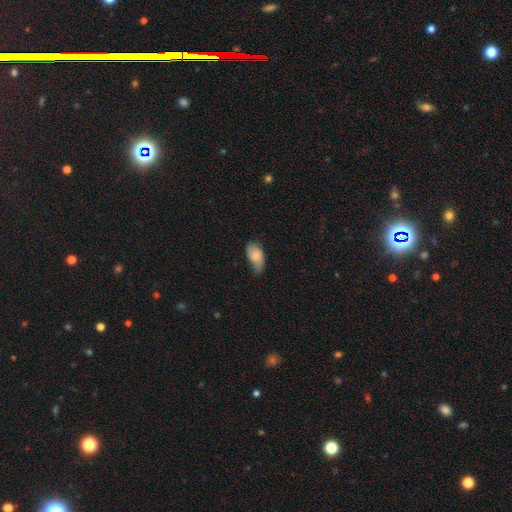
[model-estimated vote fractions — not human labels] This appears to be a smooth galaxy with no disk features (80%) that is in between round and cigar-shaped (93%). Merging: minor disturbance (46%).